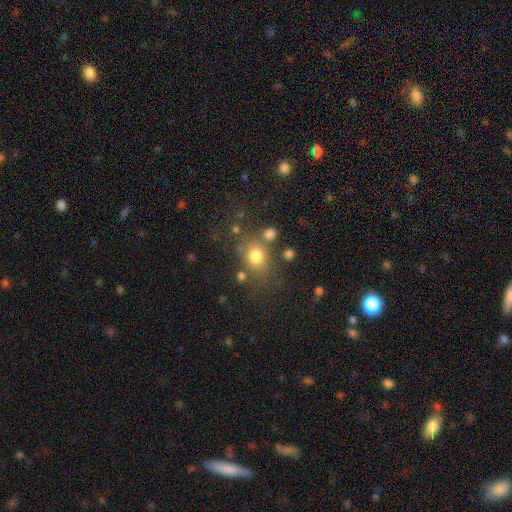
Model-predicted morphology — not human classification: A smooth galaxy with no disk features (75%) that is round (57%).

Vote fractions:
- Smooth or featured? smooth: 75% / star or artifact: 15% / featured or disk: 10%
- How rounded? round: 57% / in between: 42% / cigar-shaped: 1%
- Merging? none: 67% / minor disturbance: 14% / merger: 11% / major disturbance: 7%